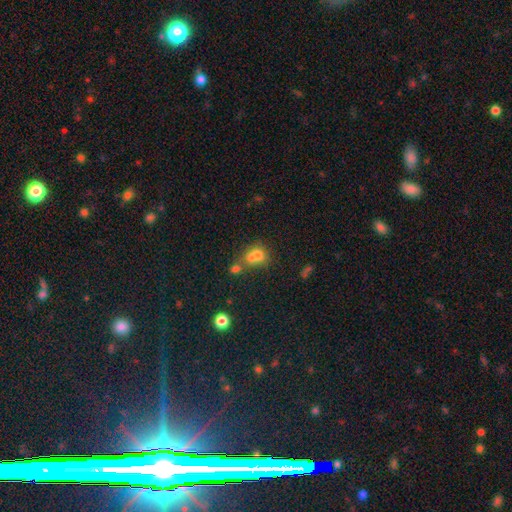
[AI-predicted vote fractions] smooth 70%, featured or disk 15%, star or artifact 14%. Down the decision tree: how rounded — round (60%); merging — merger (59%).